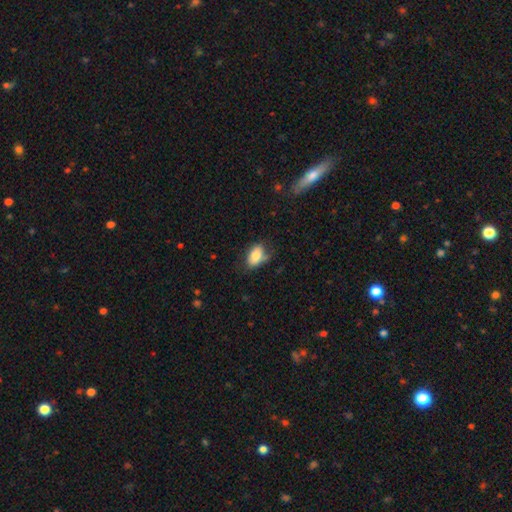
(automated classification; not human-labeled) A smooth galaxy with no disk features (80%) that is in between round and cigar-shaped (91%).

Vote fractions:
- Smooth or featured? smooth: 80% / featured or disk: 12% / star or artifact: 8%
- How rounded? in between: 91% / round: 7% / cigar-shaped: 2%
- Merging? none: 56% / minor disturbance: 29% / major disturbance: 11% / merger: 4%